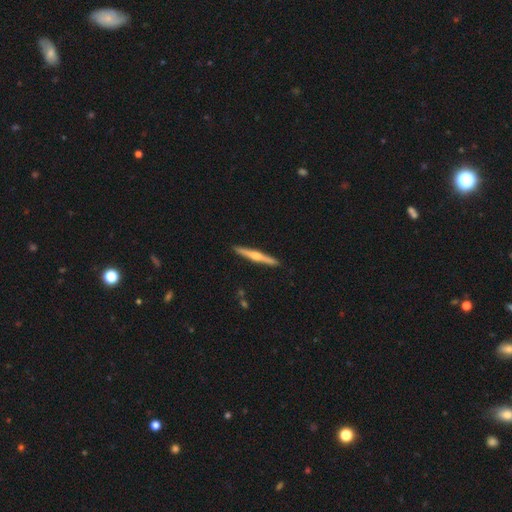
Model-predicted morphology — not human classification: Smooth or featured? Predicted: featured or disk (p=0.72). Edge-on disk? Predicted: yes (p=0.98). Edge-on bulge? Predicted: rounded (p=0.88). Merging? Predicted: none (p=0.92).